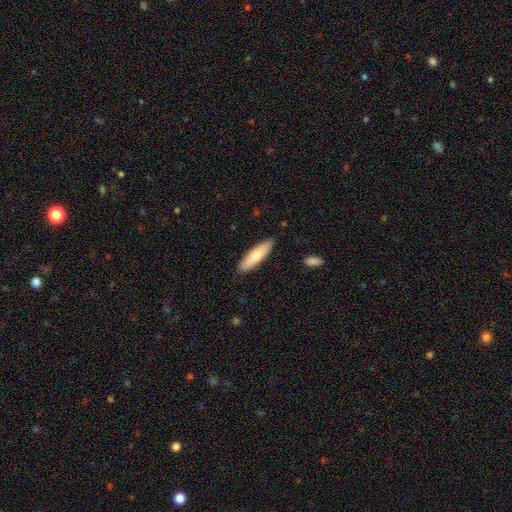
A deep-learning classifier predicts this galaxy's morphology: Smooth or featured? smooth (73%)
How rounded? cigar-shaped (64%)
Merging? none (88%)